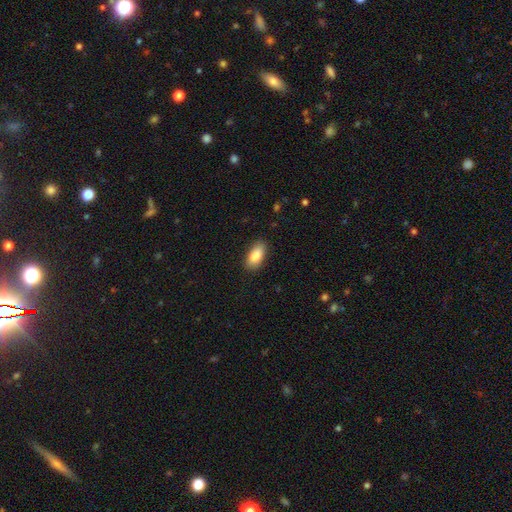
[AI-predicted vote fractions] Overall: smooth (88%). How rounded: in between (90%). Merging: none (85%).